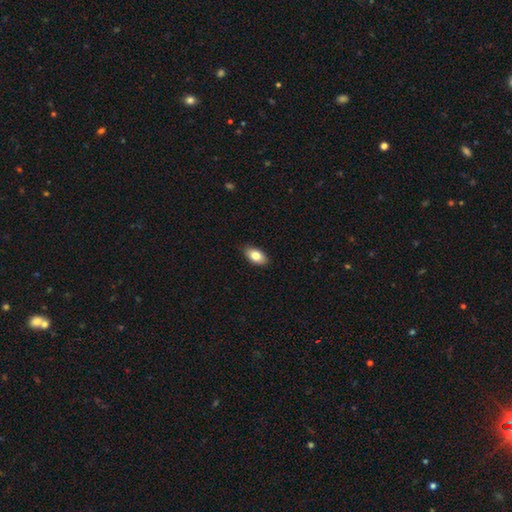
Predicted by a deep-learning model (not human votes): Overall: smooth (81%). How rounded: in between (93%). Merging: none (88%).